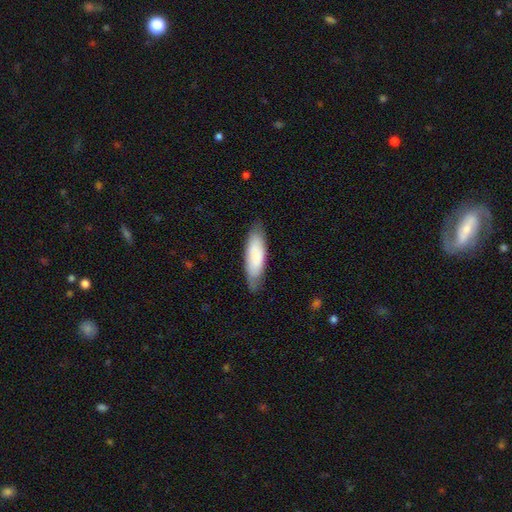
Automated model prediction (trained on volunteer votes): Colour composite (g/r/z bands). It shows a smooth galaxy with no disk features (79%) that is in between round and cigar-shaped (52%). Merging: none (77%).